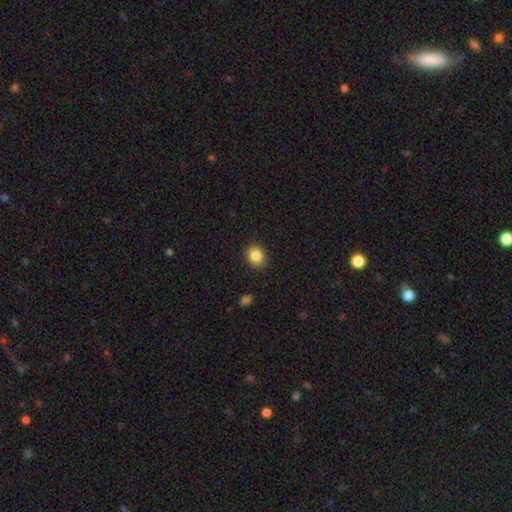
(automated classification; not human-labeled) Smooth or featured: smooth — 86% (star or artifact — 9%)
How rounded: round — 59% (in between — 40%)
Merging: none — 89% (minor disturbance — 8%)